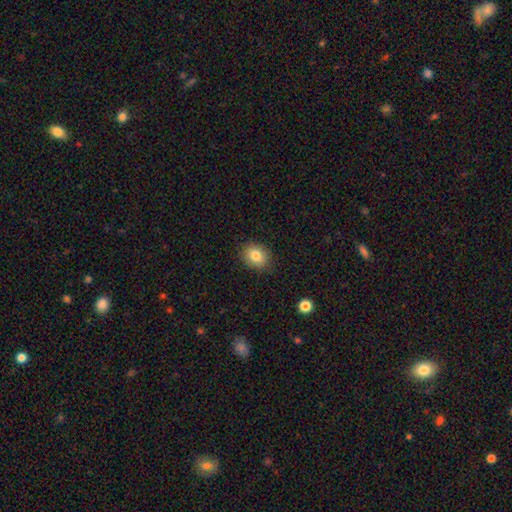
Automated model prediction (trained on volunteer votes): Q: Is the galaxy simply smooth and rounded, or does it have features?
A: smooth — 82%.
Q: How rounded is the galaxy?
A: round — 56%.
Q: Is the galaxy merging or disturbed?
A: none — 87%.